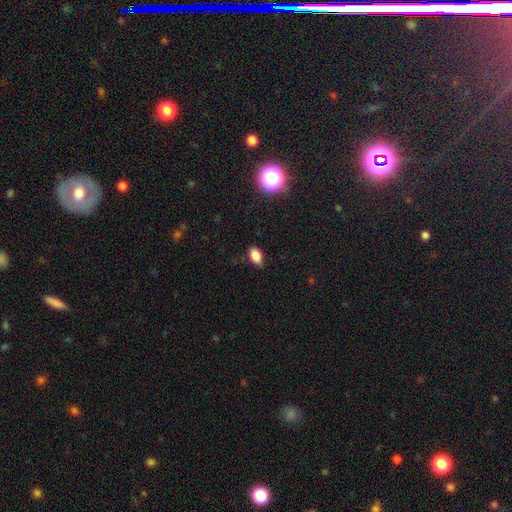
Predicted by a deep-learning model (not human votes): Smooth or featured? Predicted: smooth (p=0.84). How rounded? Predicted: in between (p=0.88). Merging? Predicted: none (p=0.76).